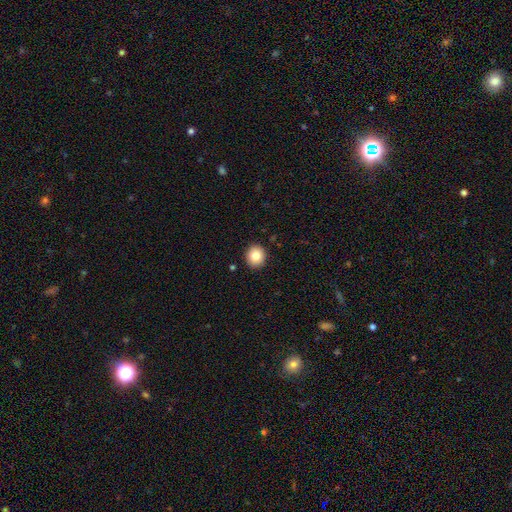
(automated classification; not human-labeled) Q: Smooth or featured?
A: smooth (83%); runner-up: star or artifact (9%)
Q: How rounded?
A: round (84%); runner-up: in between (15%)
Q: Merging?
A: none (92%); runner-up: minor disturbance (6%)